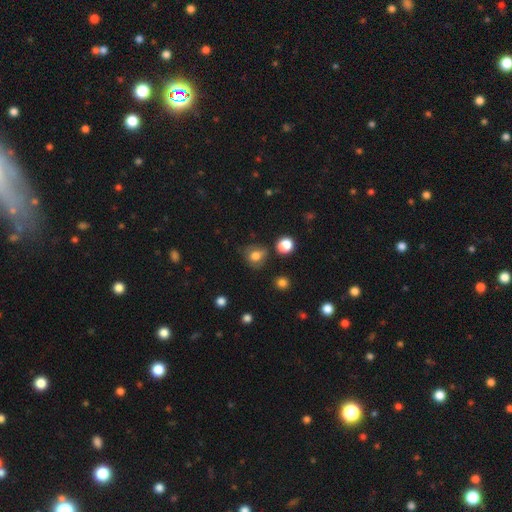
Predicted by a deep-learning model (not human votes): smooth 76%, star or artifact 13%, featured or disk 12%. Down the decision tree: how rounded — round (63%); merging — none (63%).